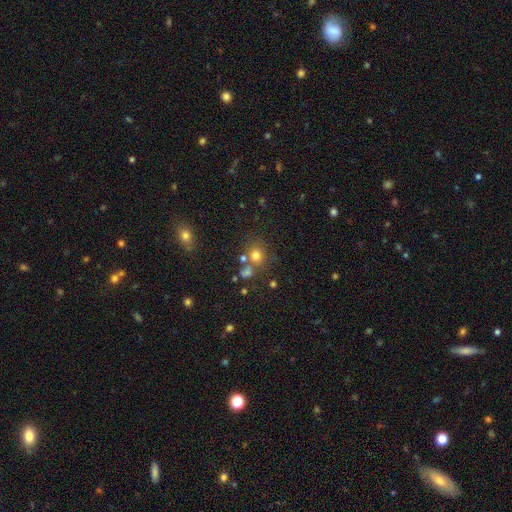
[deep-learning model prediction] A smooth galaxy with no disk features (73%) that is round (81%). Merging: none (63%).